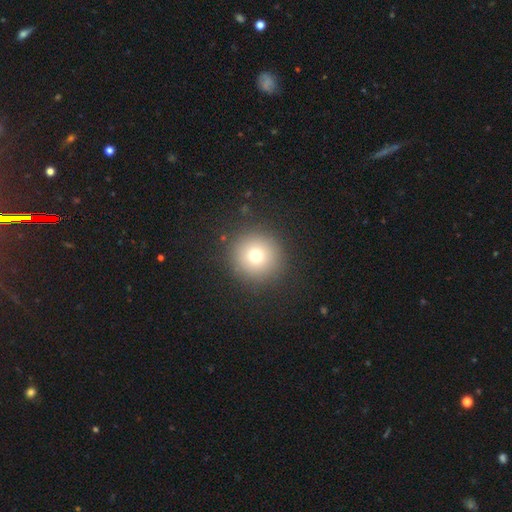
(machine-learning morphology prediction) Smooth or featured? Predicted: smooth (p=0.73). How rounded? Predicted: round (p=0.95). Merging? Predicted: none (p=0.90).